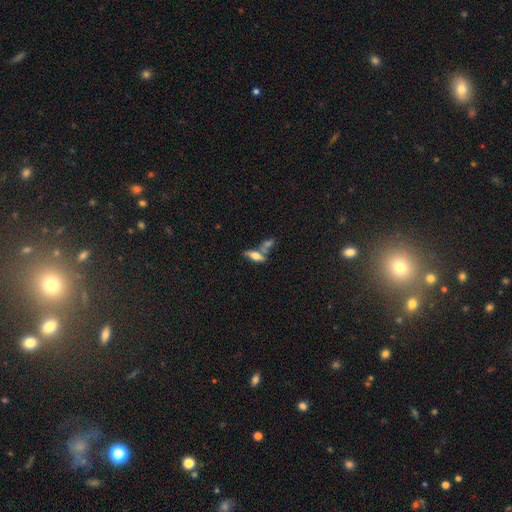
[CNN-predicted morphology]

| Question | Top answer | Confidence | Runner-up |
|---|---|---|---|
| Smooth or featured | smooth | 51% | featured or disk (39%) |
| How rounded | in between | 66% | cigar-shaped (31%) |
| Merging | none | 43% | merger (37%) |